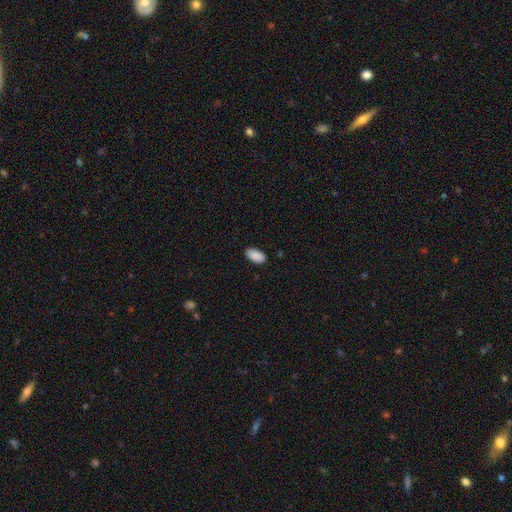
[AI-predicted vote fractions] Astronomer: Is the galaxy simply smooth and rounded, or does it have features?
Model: smooth — 90%.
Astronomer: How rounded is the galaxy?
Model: in between — 95%.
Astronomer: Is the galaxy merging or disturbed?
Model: none — 87%.